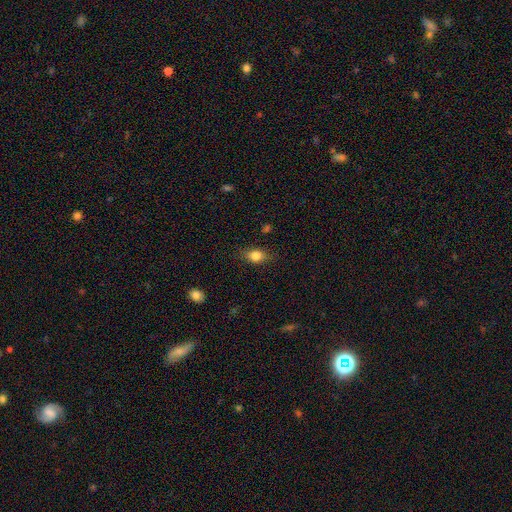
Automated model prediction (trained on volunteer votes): This is clearly a smooth galaxy (80%). How rounded: likely in between (73%). Merging: clearly none (80%).